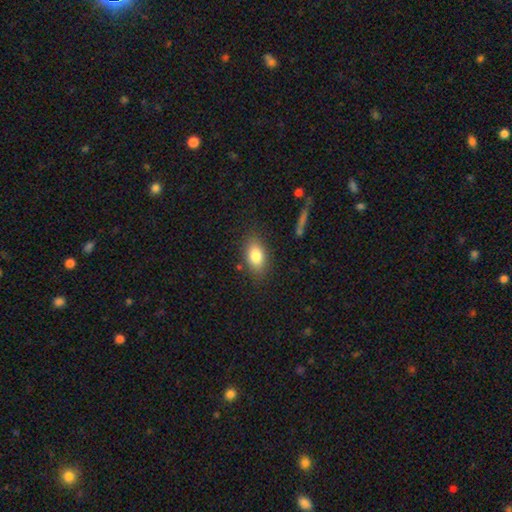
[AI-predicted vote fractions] Q: Smooth or featured?
A: smooth (82%); runner-up: featured or disk (10%)
Q: How rounded?
A: in between (87%); runner-up: round (9%)
Q: Merging?
A: none (82%); runner-up: minor disturbance (13%)